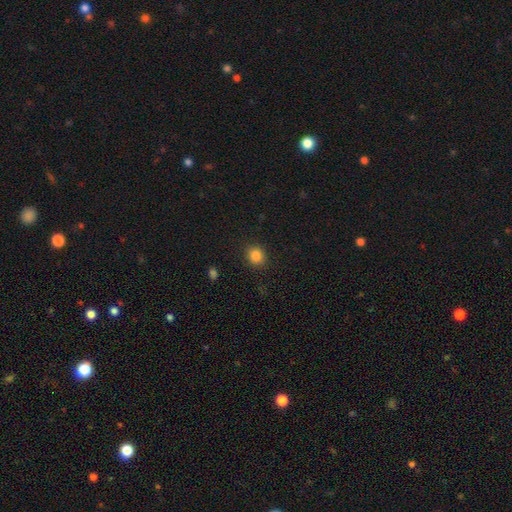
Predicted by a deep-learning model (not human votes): Overall: smooth (84%). How rounded: round (80%). Merging: none (90%).